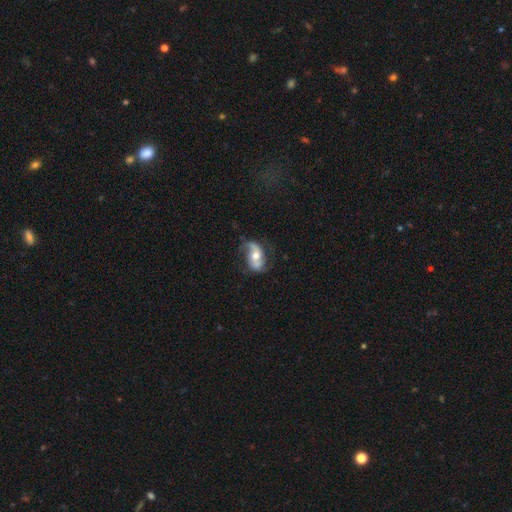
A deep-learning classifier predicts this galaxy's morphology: smooth_or_featured: featured or disk (p=0.77) [alt: smooth p=0.17]
disk_edge_on: no (p=0.95) [alt: yes p=0.05]
bar: no (p=0.52) [alt: weak p=0.31]
has_spiral_arms: yes (p=0.91) [alt: no p=0.09]
spiral_winding: loose (p=0.61) [alt: medium p=0.29]
spiral_arm_count: 2 (p=0.89) [alt: 1 p=0.04]
bulge_size: moderate (p=0.71) [alt: small p=0.16]
merging: none (p=0.66) [alt: minor disturbance p=0.21]